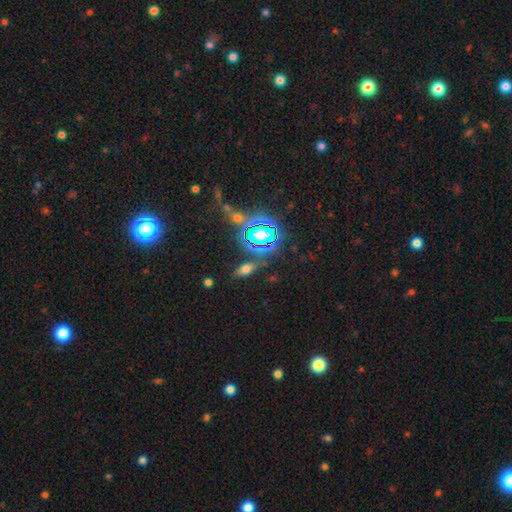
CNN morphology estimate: type=star or artifact (80%).